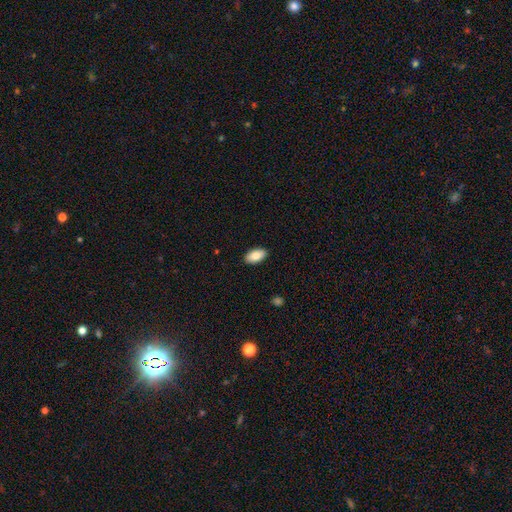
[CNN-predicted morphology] The model was most divided on "smooth or featured": smooth: 82%, featured or disk: 12%, star or artifact: 7%. More confident: how rounded — in between (94%); merging — none (89%).